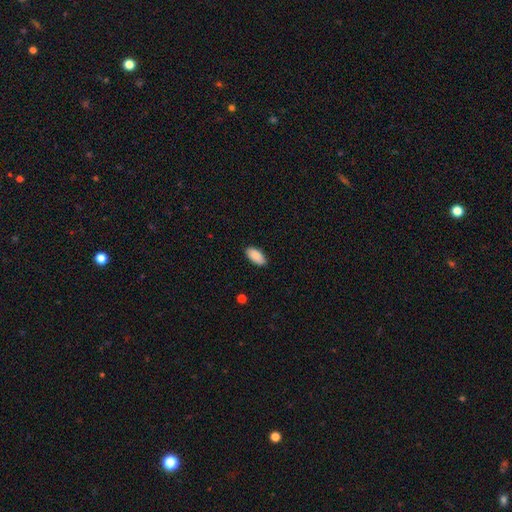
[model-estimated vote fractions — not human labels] smooth-or-featured: smooth: 90% | star or artifact: 6% | featured or disk: 4%
  how-rounded: in between: 93% | cigar-shaped: 5% | round: 2%
  merging: none: 88% | minor disturbance: 9% | major disturbance: 2% | merger: 1%